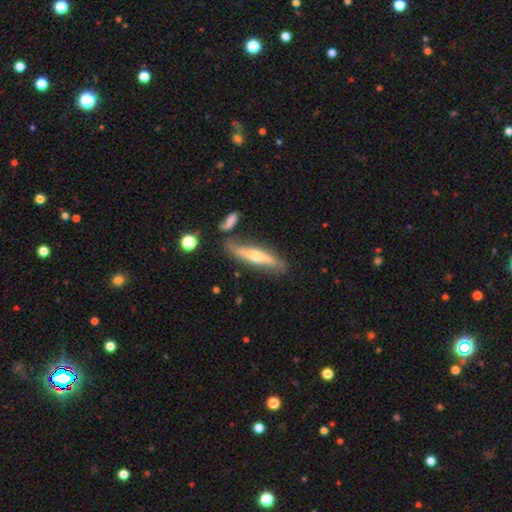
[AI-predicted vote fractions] featured or disk 57%, smooth 37%, star or artifact 6%. Down the decision tree: edge-on disk — yes (79%); merging — none (72%).